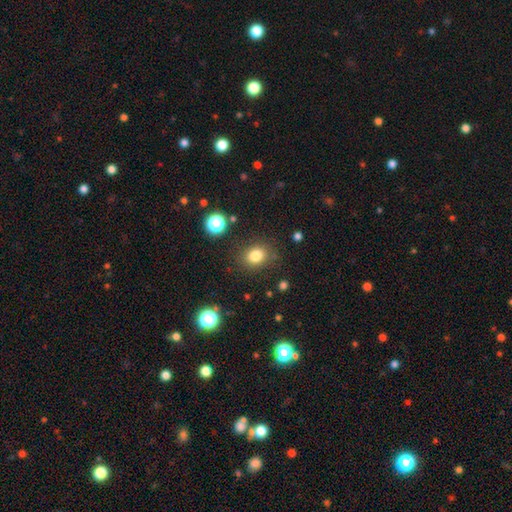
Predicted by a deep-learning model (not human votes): Smooth or featured? smooth (81%)
How rounded? round (53%)
Merging? none (81%)